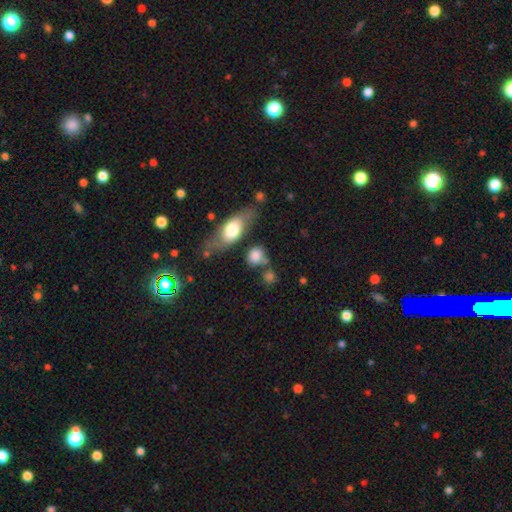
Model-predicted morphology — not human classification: Smooth or featured? Predicted: smooth (p=0.81). How rounded? Predicted: round (p=0.61). Merging? Predicted: none (p=0.57).